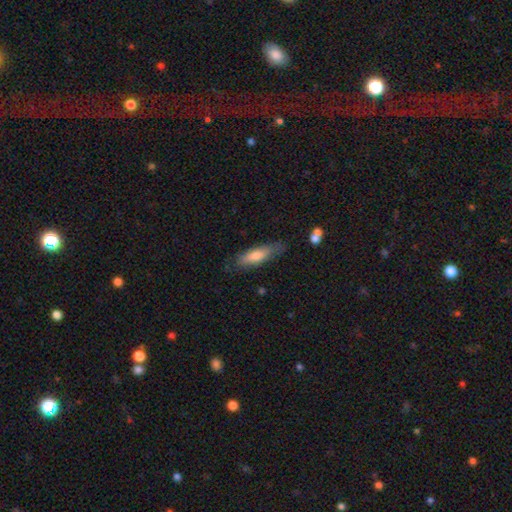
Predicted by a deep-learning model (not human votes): This is likely a smooth galaxy (72%). How rounded: possibly cigar-shaped (53%). Merging: likely none (72%).